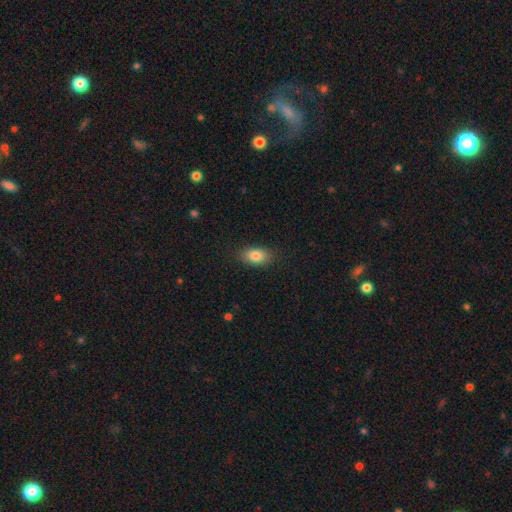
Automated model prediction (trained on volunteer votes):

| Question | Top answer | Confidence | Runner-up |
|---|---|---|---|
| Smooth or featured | smooth | 84% | featured or disk (9%) |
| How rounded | in between | 89% | round (8%) |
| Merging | none | 87% | minor disturbance (10%) |